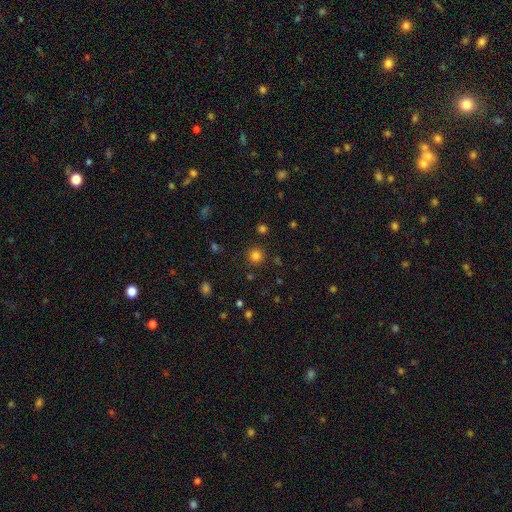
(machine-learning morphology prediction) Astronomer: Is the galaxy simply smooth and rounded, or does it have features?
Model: smooth — 80%.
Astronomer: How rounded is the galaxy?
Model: round — 94%.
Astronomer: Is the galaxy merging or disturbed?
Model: none — 89%.